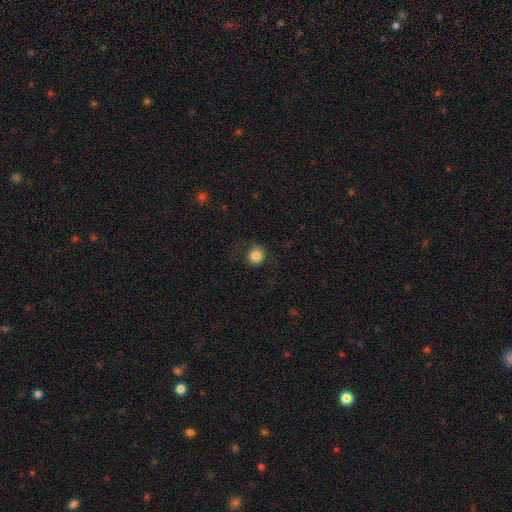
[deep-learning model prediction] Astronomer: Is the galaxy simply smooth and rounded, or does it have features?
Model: smooth — 82%.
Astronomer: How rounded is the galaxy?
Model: round — 92%.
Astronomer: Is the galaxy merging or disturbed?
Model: none — 82%.